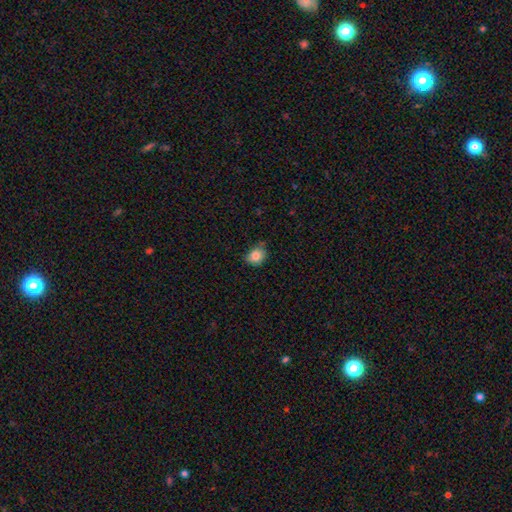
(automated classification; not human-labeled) A smooth galaxy with no disk features (85%) that is round (55%). Merging: none (65%).